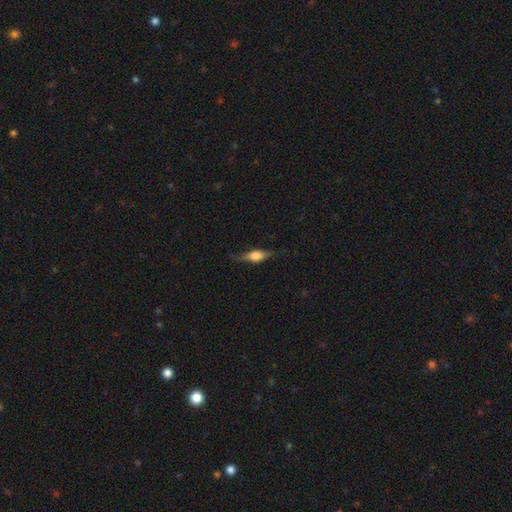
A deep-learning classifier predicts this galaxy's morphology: smooth-or-featured: featured or disk: 52% | smooth: 40% | star or artifact: 8%
  disk-edge-on: yes: 94% | no: 6%
  merging: none: 76% | minor disturbance: 18% | major disturbance: 5% | merger: 1%